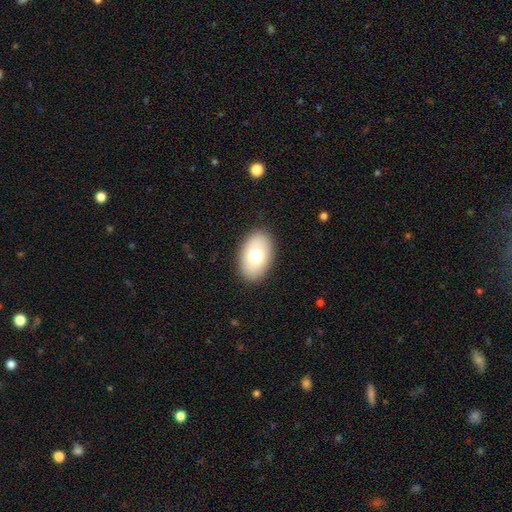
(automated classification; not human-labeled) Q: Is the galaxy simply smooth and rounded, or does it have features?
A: smooth — 70%.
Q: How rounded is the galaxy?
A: in between — 89%.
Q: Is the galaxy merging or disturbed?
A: none — 87%.